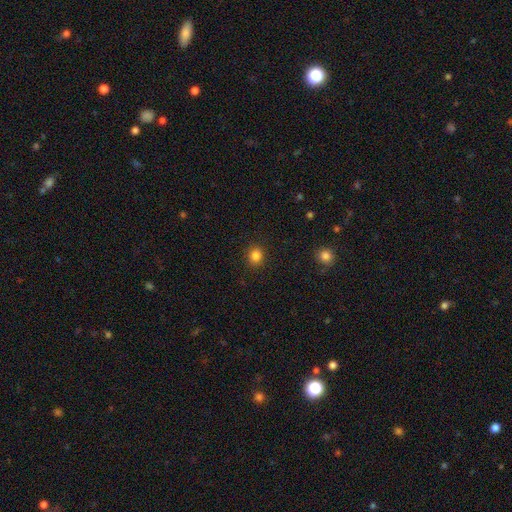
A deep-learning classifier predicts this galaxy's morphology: A smooth galaxy with no disk features (84%) that is round (82%).

Vote fractions:
- Smooth or featured? smooth: 84% / star or artifact: 12% / featured or disk: 4%
- How rounded? round: 82% / in between: 18% / cigar-shaped: 1%
- Merging? none: 91% / minor disturbance: 6% / major disturbance: 2% / merger: 1%